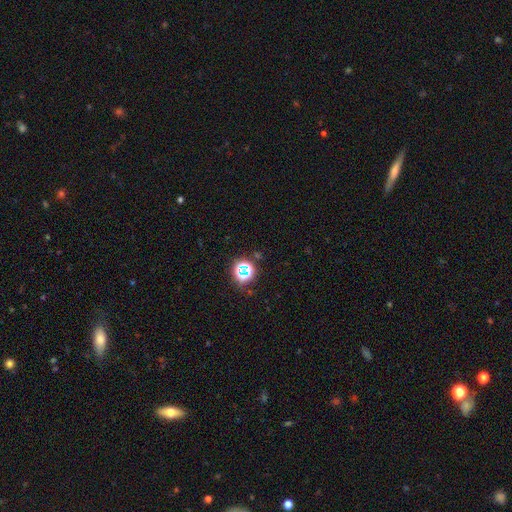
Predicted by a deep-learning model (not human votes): Smooth or featured? star or artifact (69%)